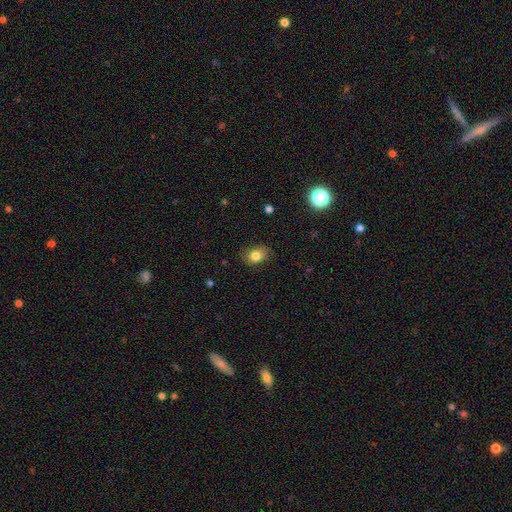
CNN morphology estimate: Overall: smooth (81%). How rounded: in between (67%; round 32%). Merging: none (81%).